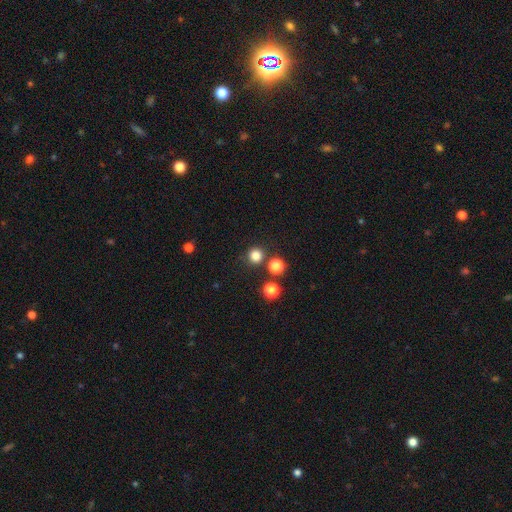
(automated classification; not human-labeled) A smooth galaxy with no disk features (81%) that is round (94%).

Vote fractions:
- Smooth or featured? smooth: 81% / star or artifact: 15% / featured or disk: 4%
- How rounded? round: 94% / in between: 5% / cigar-shaped: 1%
- Merging? none: 84% / minor disturbance: 7% / merger: 7% / major disturbance: 3%